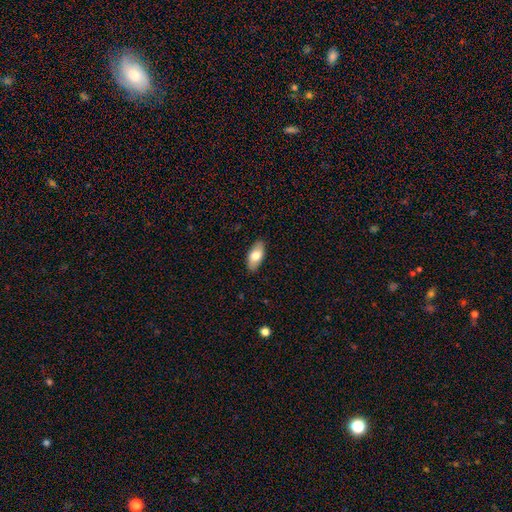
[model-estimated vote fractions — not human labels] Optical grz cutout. It shows a smooth galaxy with no disk features (75%) that is in between round and cigar-shaped (91%). Merging: none (87%).